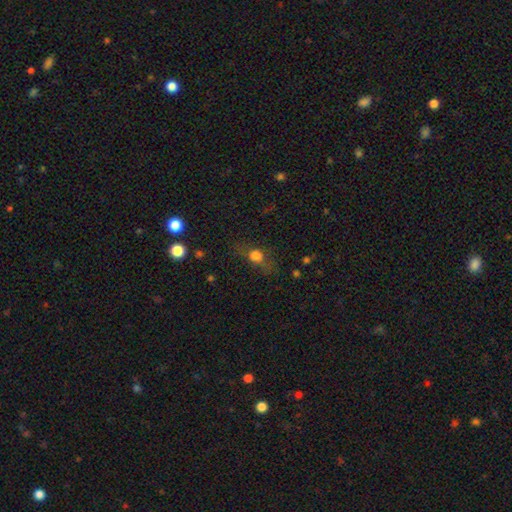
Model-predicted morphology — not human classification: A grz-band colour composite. It shows a smooth galaxy with no disk features (62%) that is in between round and cigar-shaped (49%). Merging: none (62%).